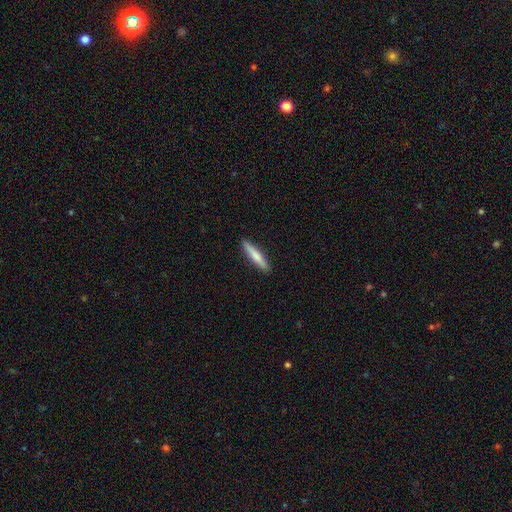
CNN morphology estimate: A smooth galaxy with no disk features (72%) that is cigar-shaped (90%). Merging: none (91%).